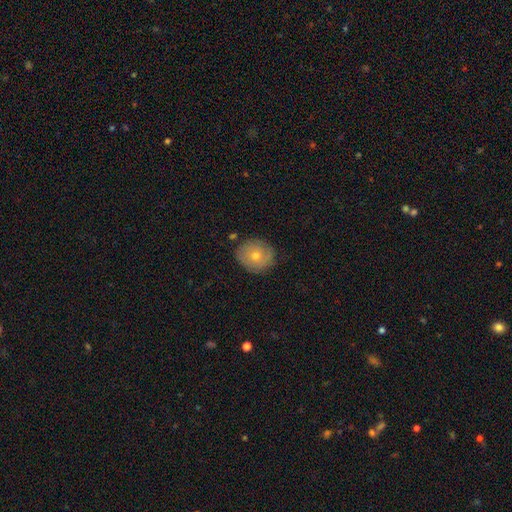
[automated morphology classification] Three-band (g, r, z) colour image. It shows a smooth galaxy with no disk features (56%) that is round (84%). Merging: none (83%).